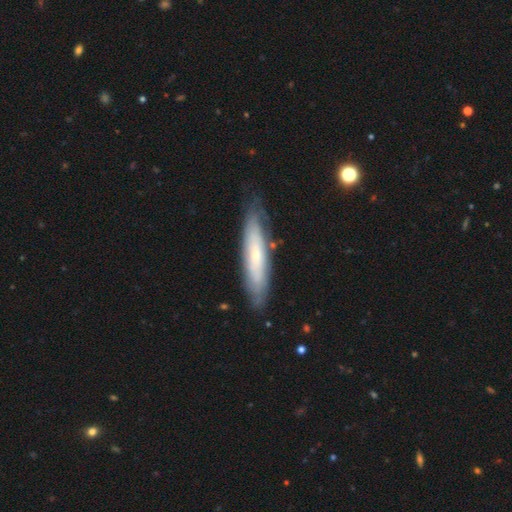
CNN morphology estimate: Overall: featured or disk (56%; smooth 37%). Edge-on disk: yes (52%; no 48%). Merging: none (81%).